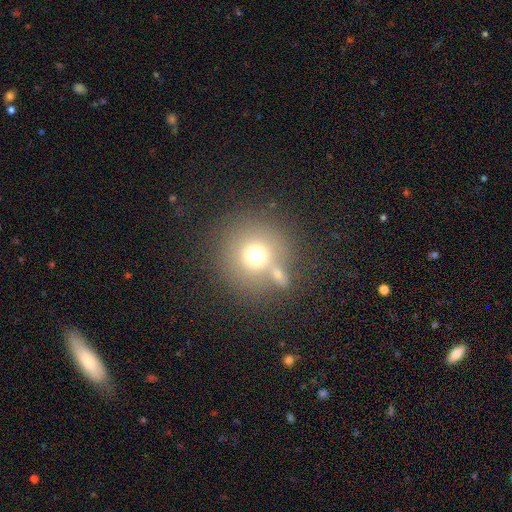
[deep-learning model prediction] Overall: smooth (69%). How rounded: round (93%). Merging: none (62%; merger 22%).